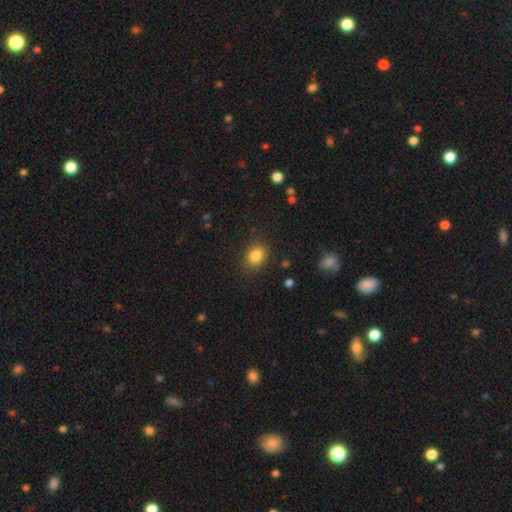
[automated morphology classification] Smooth or featured: smooth — 84% (star or artifact — 10%)
How rounded: in between — 58% (round — 40%)
Merging: none — 84% (minor disturbance — 11%)